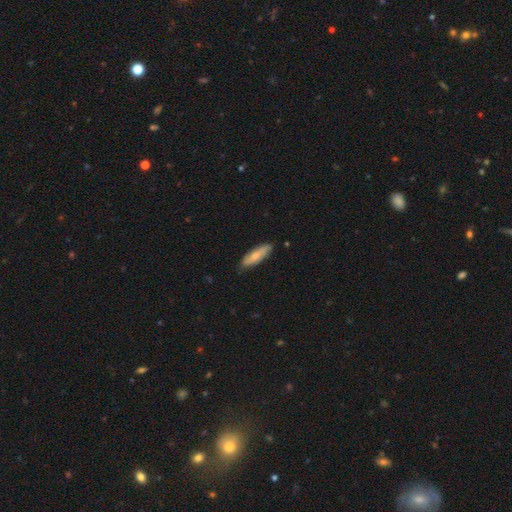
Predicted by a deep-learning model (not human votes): Smooth or featured? Predicted: smooth (p=0.71). How rounded? Predicted: cigar-shaped (p=0.53). Merging? Predicted: none (p=0.82).